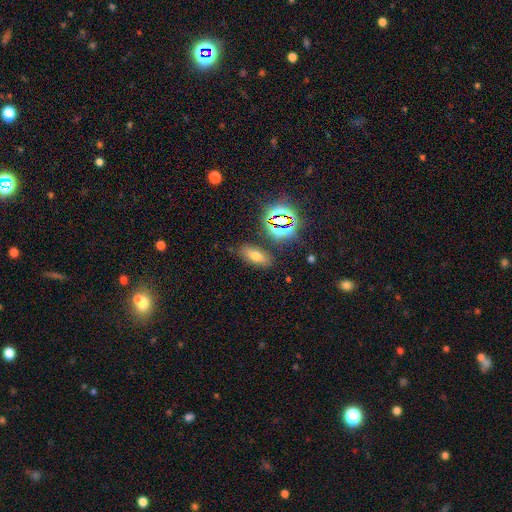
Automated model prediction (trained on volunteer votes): This is possibly a smooth galaxy (60%). How rounded: likely in between (78%). Merging: clearly none (83%).